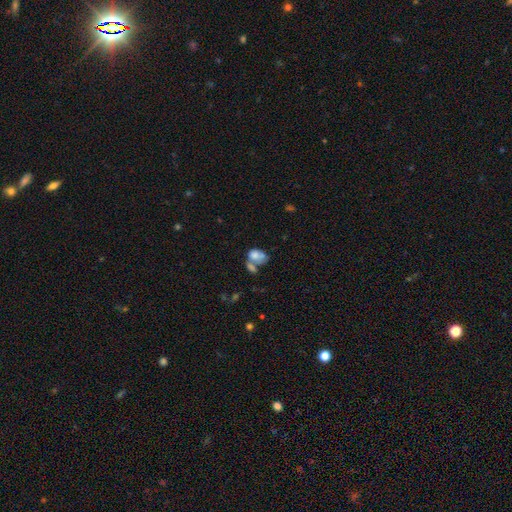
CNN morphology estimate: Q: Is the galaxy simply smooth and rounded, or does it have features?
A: smooth — 66%.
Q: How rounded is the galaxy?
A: in between — 73%.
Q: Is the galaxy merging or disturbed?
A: merger — 58%.